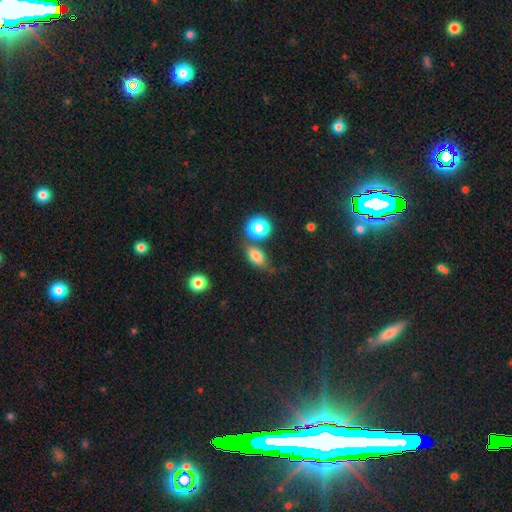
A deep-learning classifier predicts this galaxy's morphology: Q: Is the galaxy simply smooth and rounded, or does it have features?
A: smooth — 78%.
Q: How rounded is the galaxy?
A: in between — 78%.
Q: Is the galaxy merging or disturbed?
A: none — 63%.